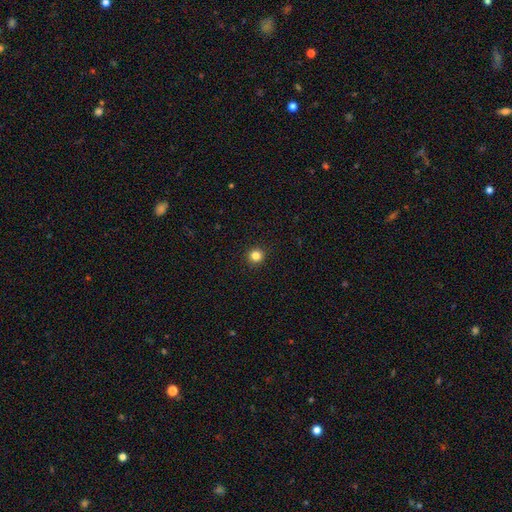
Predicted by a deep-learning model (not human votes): smooth_or_featured: smooth (p=0.83) [alt: star or artifact p=0.13]
how_rounded: round (p=0.95) [alt: in between p=0.04]
merging: none (p=0.93) [alt: minor disturbance p=0.05]